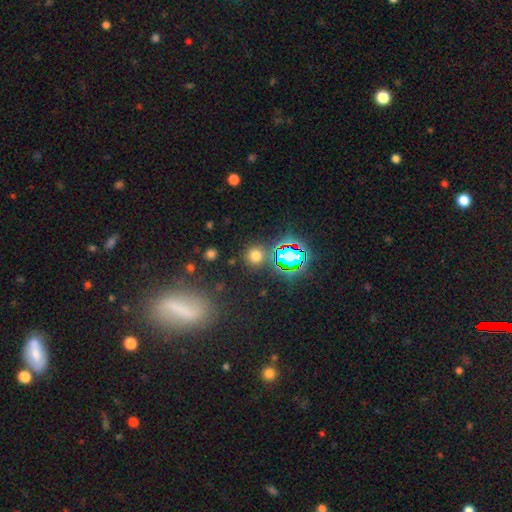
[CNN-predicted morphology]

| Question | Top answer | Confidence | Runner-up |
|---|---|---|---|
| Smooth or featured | smooth | 64% | star or artifact (30%) |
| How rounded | round | 91% | in between (8%) |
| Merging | none | 85% | minor disturbance (7%) |